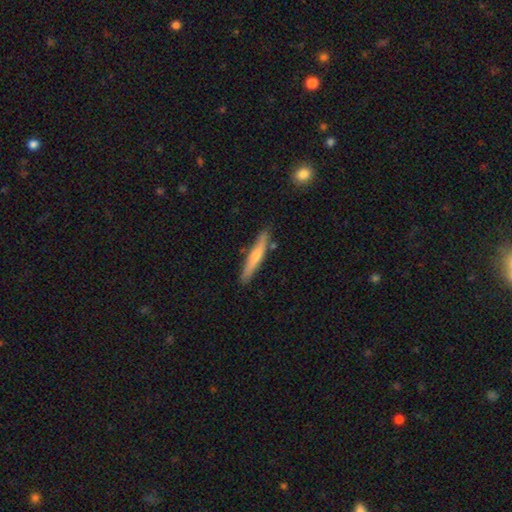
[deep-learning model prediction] A smooth galaxy with no disk features (56%) that is cigar-shaped (93%).

Vote fractions:
- Smooth or featured? smooth: 56% / featured or disk: 38% / star or artifact: 5%
- How rounded? cigar-shaped: 93% / in between: 5% / round: 1%
- Merging? none: 83% / minor disturbance: 12% / merger: 3% / major disturbance: 2%